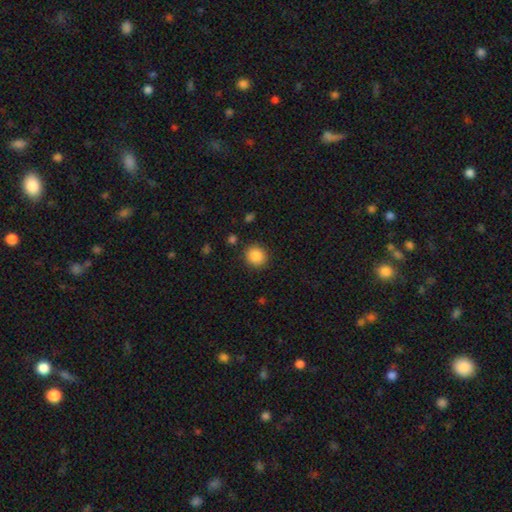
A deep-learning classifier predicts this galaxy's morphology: This appears to be a smooth galaxy with no disk features (87%) that is round (88%). Merging: none (89%).